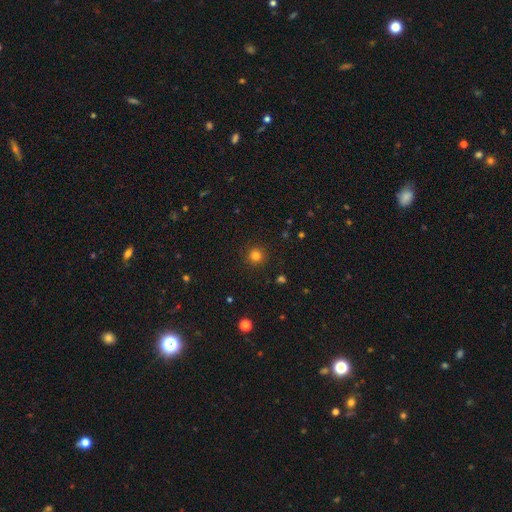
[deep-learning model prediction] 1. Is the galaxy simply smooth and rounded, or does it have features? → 81% smooth, 14% star or artifact, 5% featured or disk.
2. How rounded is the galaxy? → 95% round, 4% in between, 1% cigar-shaped.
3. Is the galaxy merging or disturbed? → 92% none, 5% minor disturbance, 2% major disturbance, 1% merger.